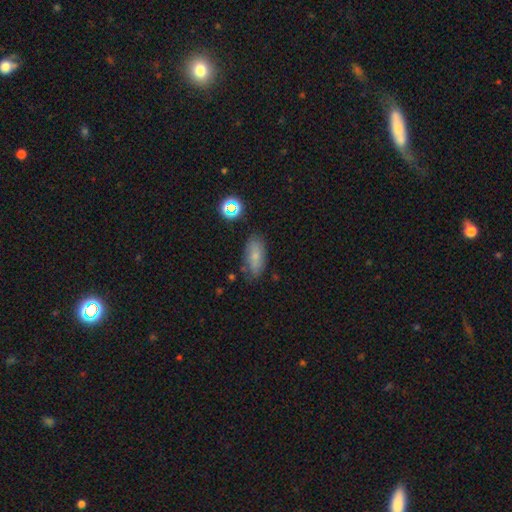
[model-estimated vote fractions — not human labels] Smooth or featured?
  - smooth: 73% *
  - featured or disk: 16%
  - star or artifact: 11%
How rounded?
  - in between: 81% *
  - cigar-shaped: 14%
  - round: 5%
Merging?
  - none: 75% *
  - minor disturbance: 18%
  - major disturbance: 4%
  - merger: 3%